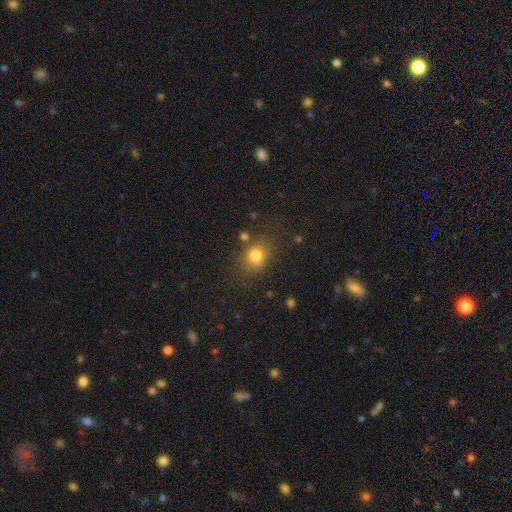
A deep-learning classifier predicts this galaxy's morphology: smooth 77%, star or artifact 14%, featured or disk 9%. Down the decision tree: how rounded — round (66%); merging — none (70%).